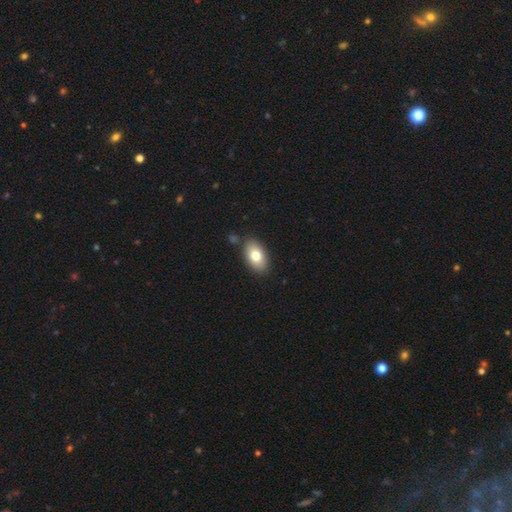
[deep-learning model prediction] smooth-or-featured: smooth: 77% | featured or disk: 15% | star or artifact: 8%
  how-rounded: in between: 91% | round: 7% | cigar-shaped: 2%
  merging: none: 84% | minor disturbance: 10% | merger: 4% | major disturbance: 2%